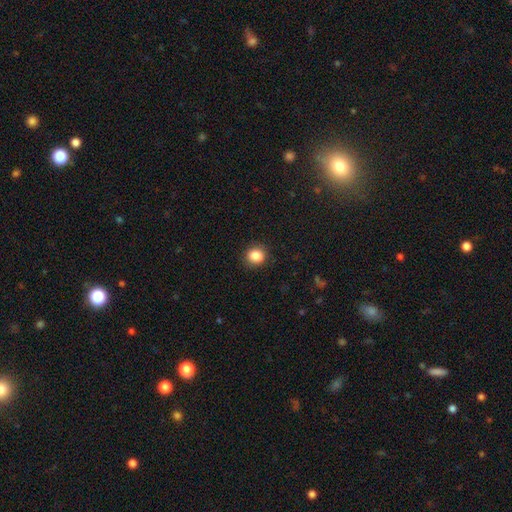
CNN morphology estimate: Smooth or featured: smooth — 86% (star or artifact — 10%)
How rounded: round — 77% (in between — 22%)
Merging: none — 88% (minor disturbance — 8%)